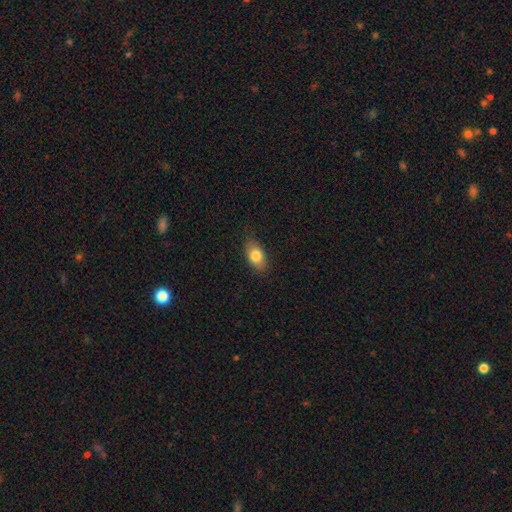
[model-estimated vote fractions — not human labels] Smooth or featured? Predicted: smooth (p=0.81). How rounded? Predicted: in between (p=0.88). Merging? Predicted: none (p=0.83).